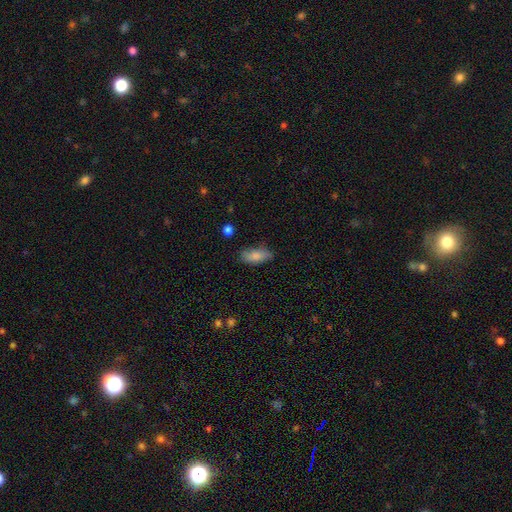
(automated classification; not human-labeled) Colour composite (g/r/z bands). It shows a smooth galaxy with no disk features (82%) that is in between round and cigar-shaped (82%). Merging: none (74%).